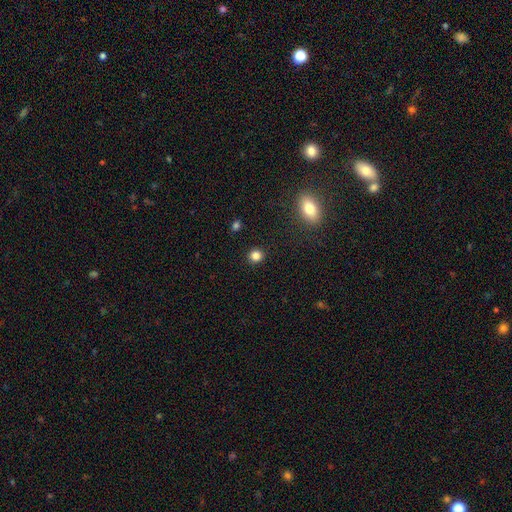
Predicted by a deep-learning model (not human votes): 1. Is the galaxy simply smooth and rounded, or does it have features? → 83% smooth, 13% star or artifact, 4% featured or disk.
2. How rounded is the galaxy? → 89% round, 10% in between, 1% cigar-shaped.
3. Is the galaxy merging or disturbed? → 91% none, 5% minor disturbance, 2% major disturbance, 2% merger.